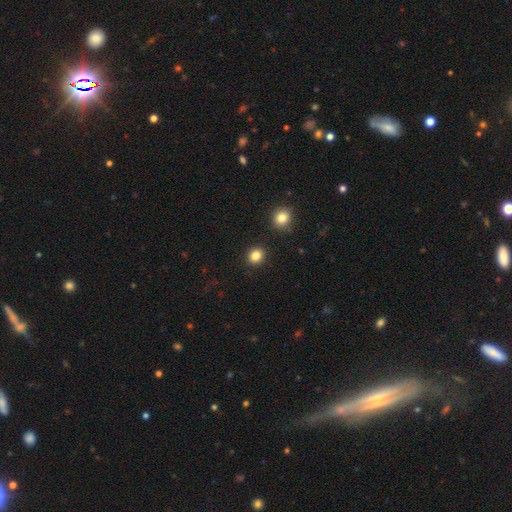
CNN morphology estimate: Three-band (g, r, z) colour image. It shows a smooth galaxy with no disk features (84%) that is round (83%). Merging: none (90%).